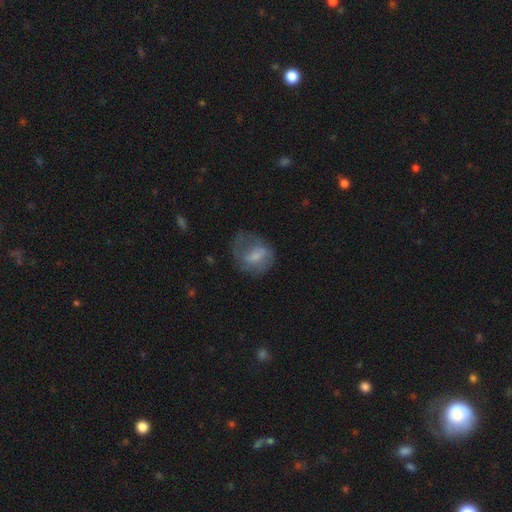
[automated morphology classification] smooth-or-featured: smooth: 51% | featured or disk: 40% | star or artifact: 9%
  how-rounded: round: 54% | in between: 44% | cigar-shaped: 2%
  merging: none: 39% | major disturbance: 34% | minor disturbance: 24% | merger: 2%